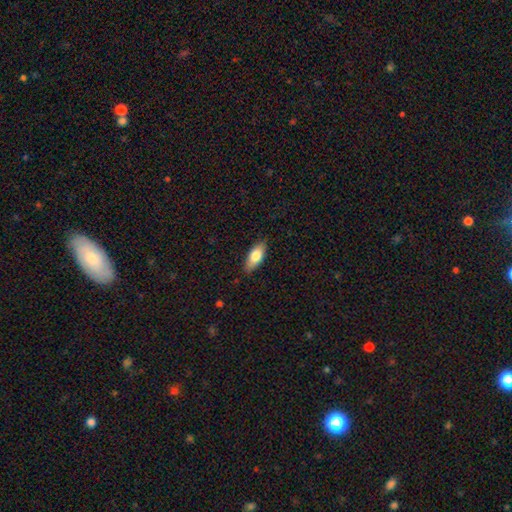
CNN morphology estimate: Smooth or featured: smooth — 75% (featured or disk — 18%)
How rounded: in between — 79% (cigar-shaped — 19%)
Merging: none — 86% (minor disturbance — 11%)